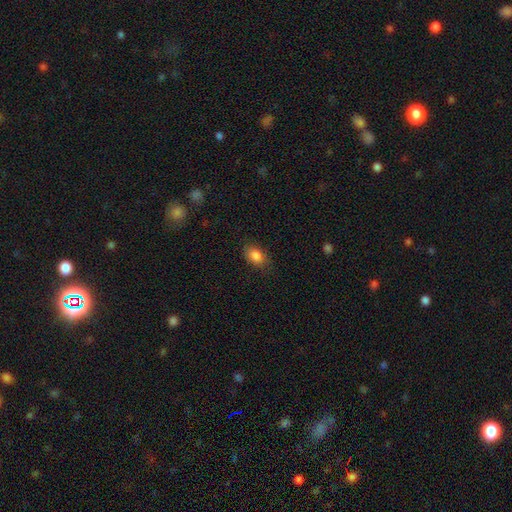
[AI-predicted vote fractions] smooth_or_featured: smooth (p=0.85) [alt: star or artifact p=0.09]
how_rounded: in between (p=0.81) [alt: round p=0.17]
merging: none (p=0.79) [alt: minor disturbance p=0.16]